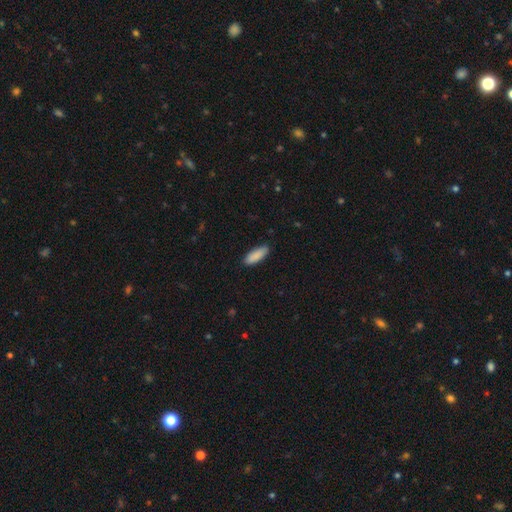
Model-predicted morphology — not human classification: Overall: smooth (89%). How rounded: in between (64%; cigar-shaped 34%). Merging: none (88%).